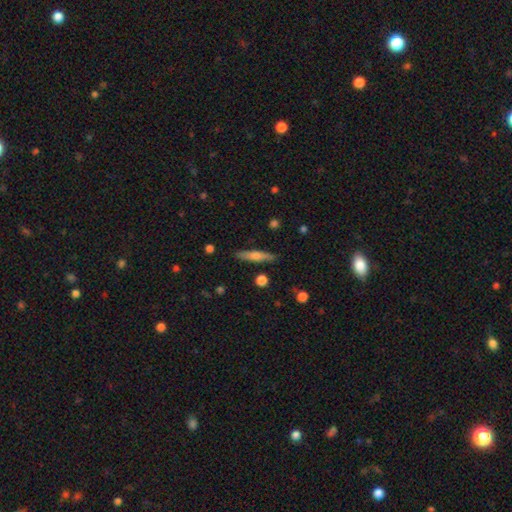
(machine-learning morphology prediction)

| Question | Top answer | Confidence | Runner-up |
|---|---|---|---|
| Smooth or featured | smooth | 58% | featured or disk (35%) |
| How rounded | cigar-shaped | 89% | in between (9%) |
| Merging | none | 88% | minor disturbance (9%) |